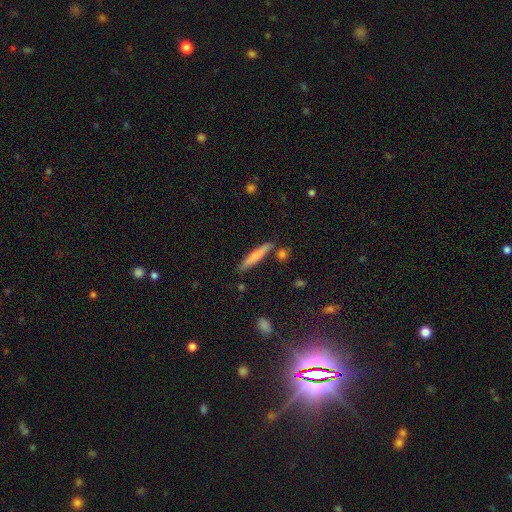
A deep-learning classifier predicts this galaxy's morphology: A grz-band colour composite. It shows a smooth galaxy with no disk features (66%) that is cigar-shaped (92%). Merging: none (83%).